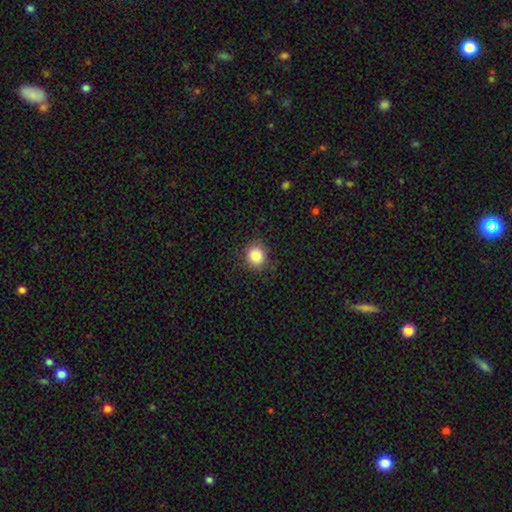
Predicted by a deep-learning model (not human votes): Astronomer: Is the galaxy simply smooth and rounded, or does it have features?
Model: smooth — 85%.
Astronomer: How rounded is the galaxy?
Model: round — 85%.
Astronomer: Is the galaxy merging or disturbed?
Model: none — 88%.